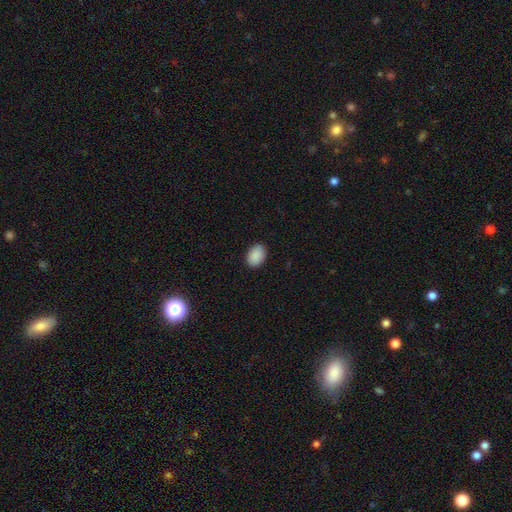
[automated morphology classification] Smooth or featured? smooth (90%)
How rounded? in between (81%)
Merging? none (88%)